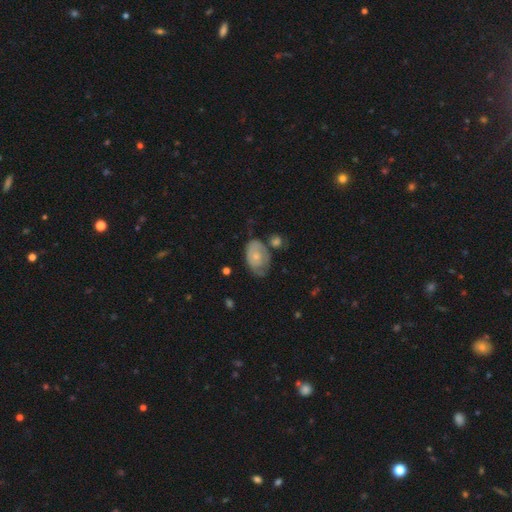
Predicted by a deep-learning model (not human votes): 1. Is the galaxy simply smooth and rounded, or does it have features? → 54% smooth, 40% featured or disk, 6% star or artifact.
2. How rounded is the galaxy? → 85% in between, 14% round, 1% cigar-shaped.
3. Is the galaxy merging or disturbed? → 43% none, 34% minor disturbance, 14% major disturbance, 9% merger.